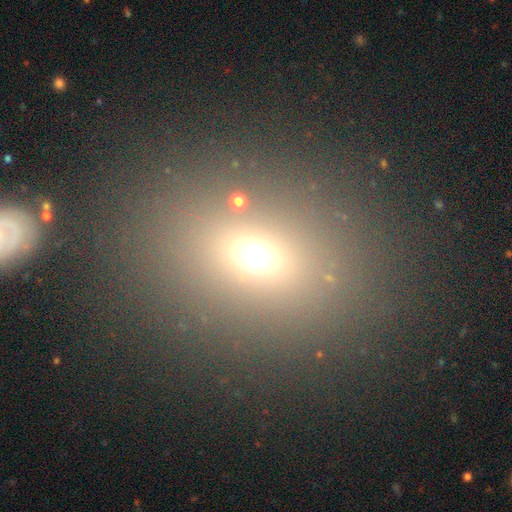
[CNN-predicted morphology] The model was most divided on "how rounded": in between: 51%, round: 47%, cigar-shaped: 2%. More confident: merging — none (80%); smooth or featured — smooth (64%).